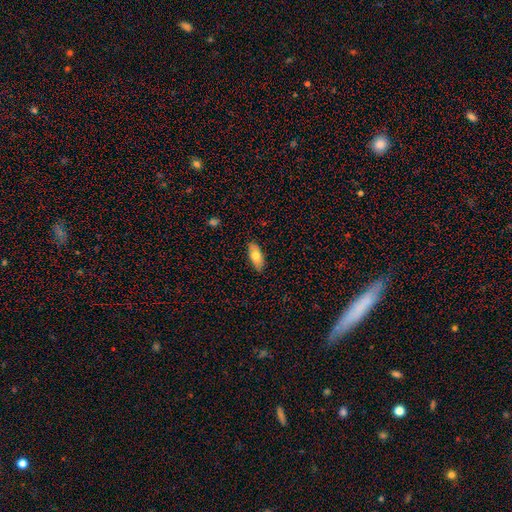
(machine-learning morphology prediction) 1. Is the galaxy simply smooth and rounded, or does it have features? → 72% smooth, 22% featured or disk, 6% star or artifact.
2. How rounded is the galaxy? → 84% in between, 14% cigar-shaped, 3% round.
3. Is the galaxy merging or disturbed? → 86% none, 11% minor disturbance, 2% major disturbance, 1% merger.